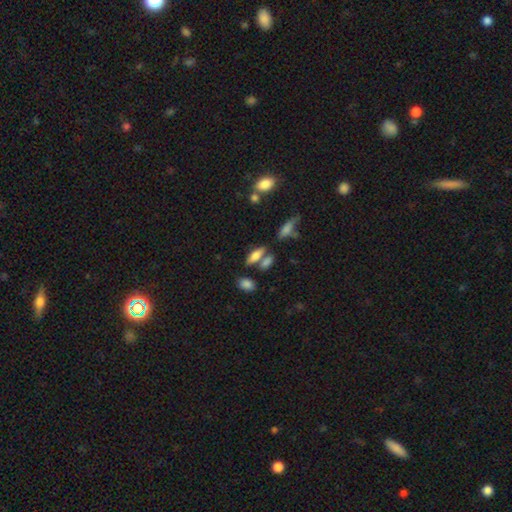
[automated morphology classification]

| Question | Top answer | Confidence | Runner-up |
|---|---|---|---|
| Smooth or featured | smooth | 71% | featured or disk (19%) |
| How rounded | in between | 65% | cigar-shaped (31%) |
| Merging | none | 59% | merger (23%) |